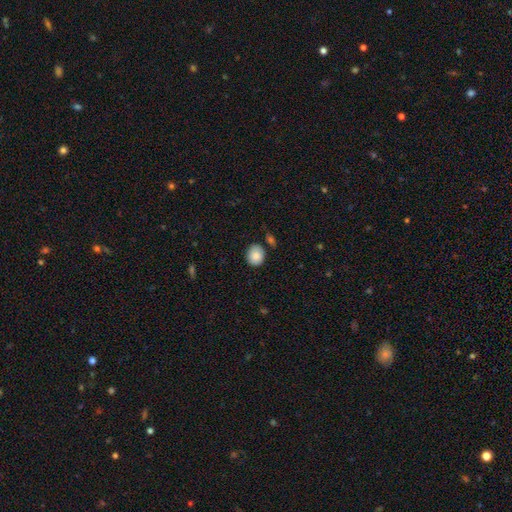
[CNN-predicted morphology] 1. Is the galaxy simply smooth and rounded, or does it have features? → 87% smooth, 8% star or artifact, 6% featured or disk.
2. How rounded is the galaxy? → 69% round, 30% in between, 1% cigar-shaped.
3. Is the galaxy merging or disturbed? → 80% none, 13% minor disturbance, 4% merger, 3% major disturbance.